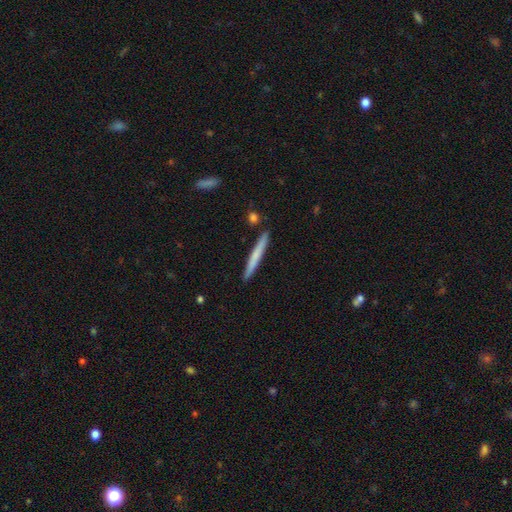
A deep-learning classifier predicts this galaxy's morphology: smooth_or_featured: smooth (p=0.64) [alt: featured or disk p=0.31]
how_rounded: cigar-shaped (p=0.97) [alt: in between p=0.02]
merging: none (p=0.91) [alt: minor disturbance p=0.06]